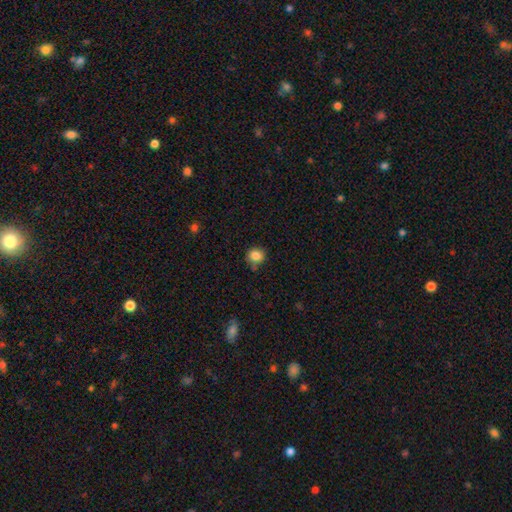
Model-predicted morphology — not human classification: type=smooth (84%); roundness=round (83%); merging=none (72%).